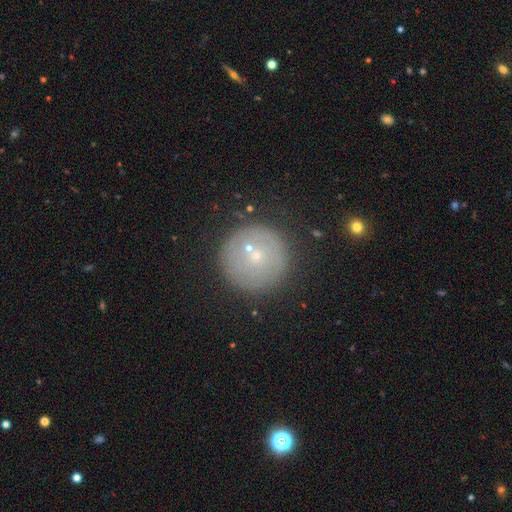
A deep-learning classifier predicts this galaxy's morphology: This is possibly a smooth galaxy (48%). Merging: likely none (76%).